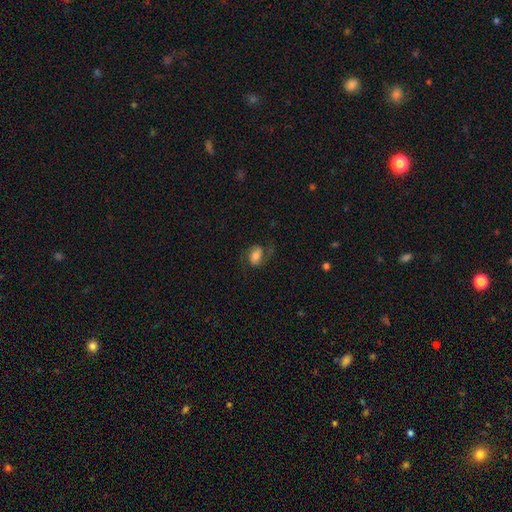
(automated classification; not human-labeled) Smooth or featured? smooth (52%)
How rounded? in between (79%)
Merging? none (63%)